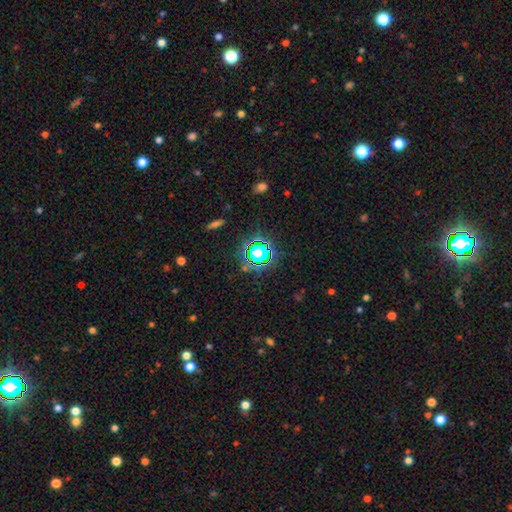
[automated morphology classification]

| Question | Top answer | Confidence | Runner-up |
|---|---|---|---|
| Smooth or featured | star or artifact | 62% | smooth (27%) |